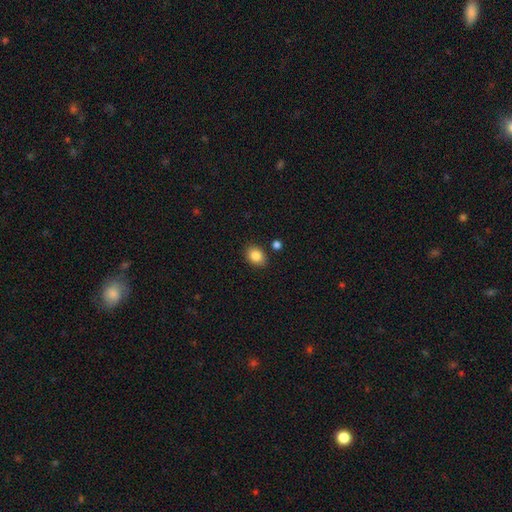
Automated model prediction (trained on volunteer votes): Smooth or featured? Predicted: smooth (p=0.86). How rounded? Predicted: in between (p=0.64). Merging? Predicted: none (p=0.85).